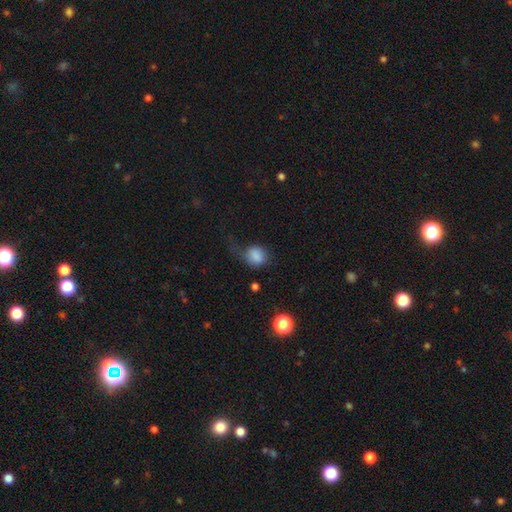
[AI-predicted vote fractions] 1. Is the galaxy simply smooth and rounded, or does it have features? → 78% smooth, 12% featured or disk, 10% star or artifact.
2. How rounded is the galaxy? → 52% round, 47% in between, 1% cigar-shaped.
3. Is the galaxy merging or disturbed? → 39% major disturbance, 31% none, 26% minor disturbance, 4% merger.